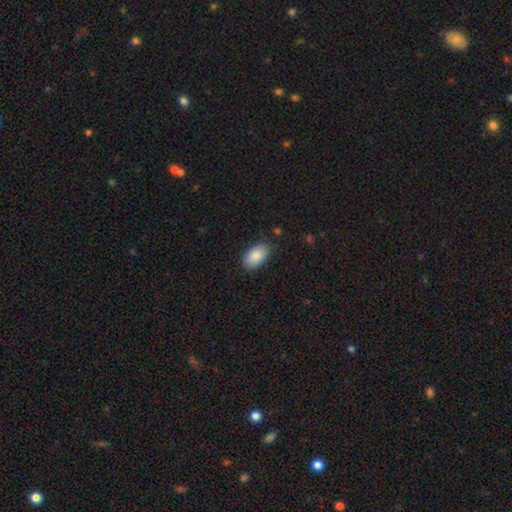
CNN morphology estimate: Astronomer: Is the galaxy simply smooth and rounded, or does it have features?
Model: smooth — 86%.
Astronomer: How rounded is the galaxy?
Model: in between — 94%.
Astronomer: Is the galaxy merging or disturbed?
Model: none — 81%.